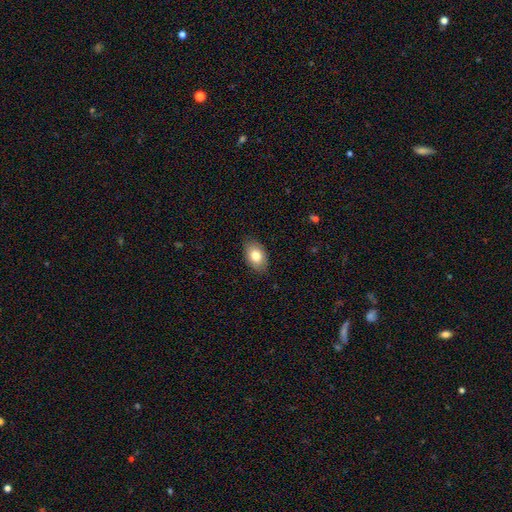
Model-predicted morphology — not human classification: This is clearly a smooth galaxy (81%). How rounded: clearly in between (90%). Merging: clearly none (86%).